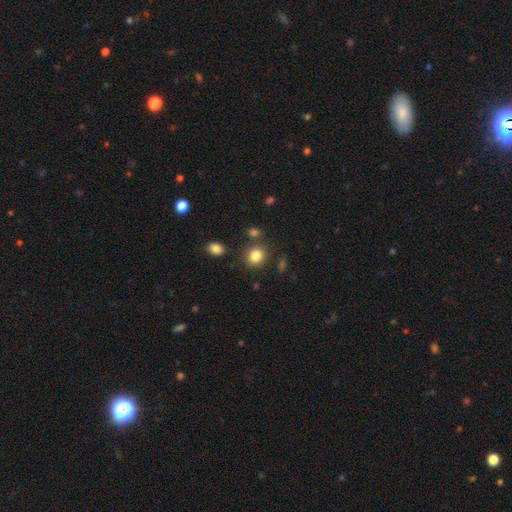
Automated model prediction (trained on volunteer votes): smooth-or-featured: smooth: 84% | star or artifact: 10% | featured or disk: 5%
  how-rounded: round: 80% | in between: 19% | cigar-shaped: 1%
  merging: none: 81% | minor disturbance: 9% | merger: 7% | major disturbance: 4%